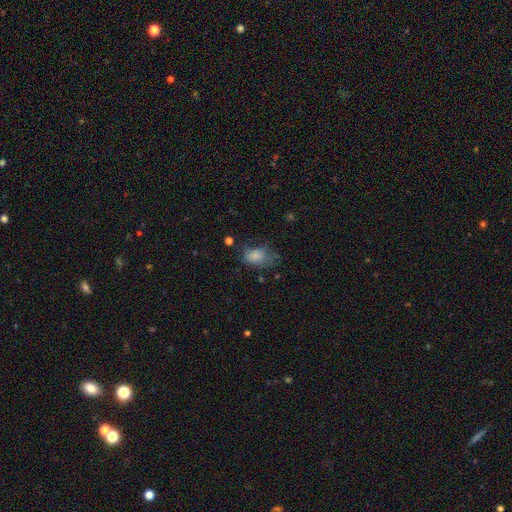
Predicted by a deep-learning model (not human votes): Overall: smooth (75%). How rounded: in between (84%). Merging: none (38%; minor disturbance 31%).